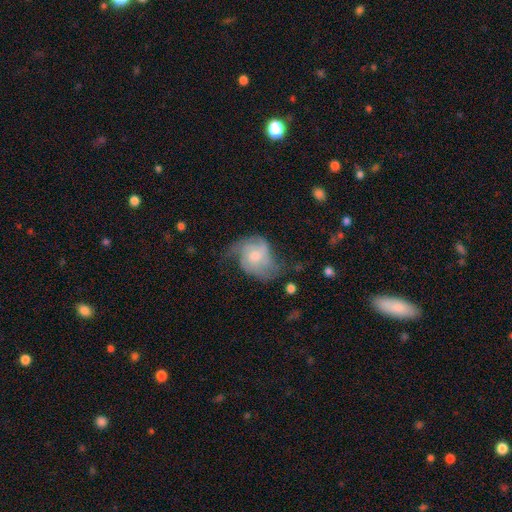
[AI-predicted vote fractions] The model was most divided on "bulge size": moderate: 47%, small: 40%, none: 6%, large: 6%, dominant: 1%. Remaining: edge-on disk — no (97%); spiral arms — yes (87%); bar — no (73%); smooth or featured — featured or disk (67%); spiral arm count — 2 (46%); spiral winding — medium (43%); merging — none (39%).